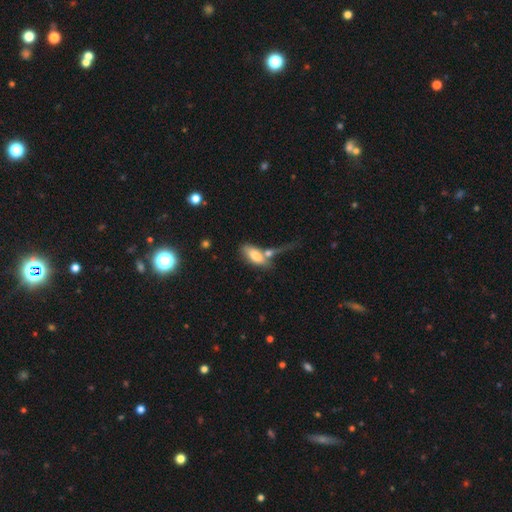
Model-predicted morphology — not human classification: smooth_or_featured: smooth (p=0.73) [alt: featured or disk p=0.19]
how_rounded: in between (p=0.82) [alt: cigar-shaped p=0.15]
merging: merger (p=0.39) [alt: none p=0.30]